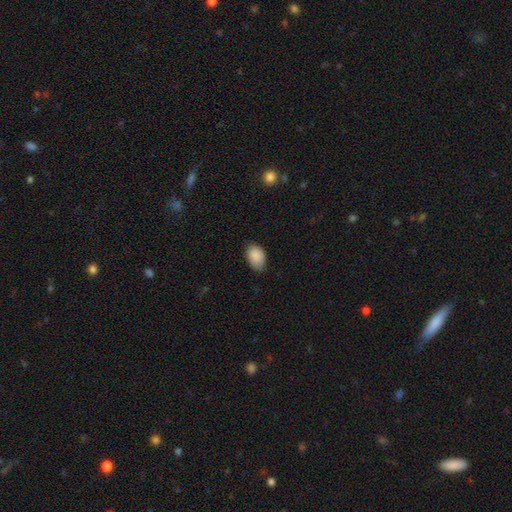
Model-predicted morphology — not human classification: Smooth or featured? Predicted: smooth (p=0.89). How rounded? Predicted: in between (p=0.87). Merging? Predicted: none (p=0.70).